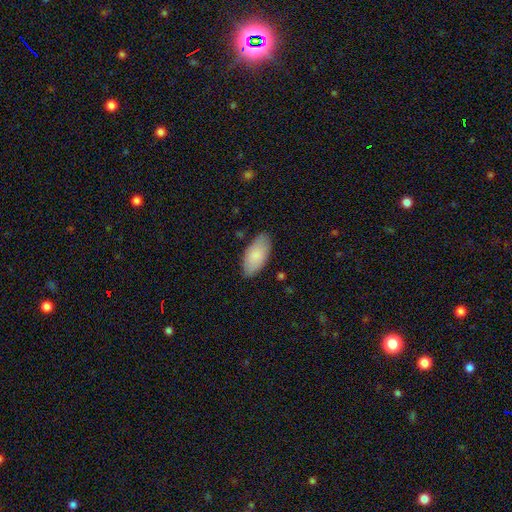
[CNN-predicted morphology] This is clearly a smooth galaxy (84%). How rounded: clearly in between (94%). Merging: clearly none (81%).